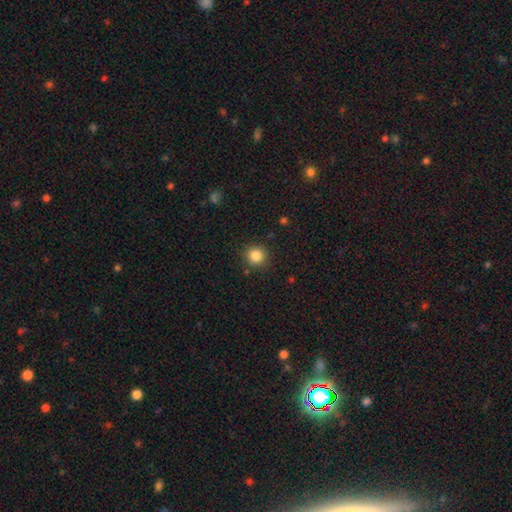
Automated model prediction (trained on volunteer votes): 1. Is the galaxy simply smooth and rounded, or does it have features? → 85% smooth, 11% star or artifact, 4% featured or disk.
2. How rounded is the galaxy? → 94% round, 6% in between, 1% cigar-shaped.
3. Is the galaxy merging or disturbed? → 89% none, 7% minor disturbance, 3% major disturbance, 2% merger.